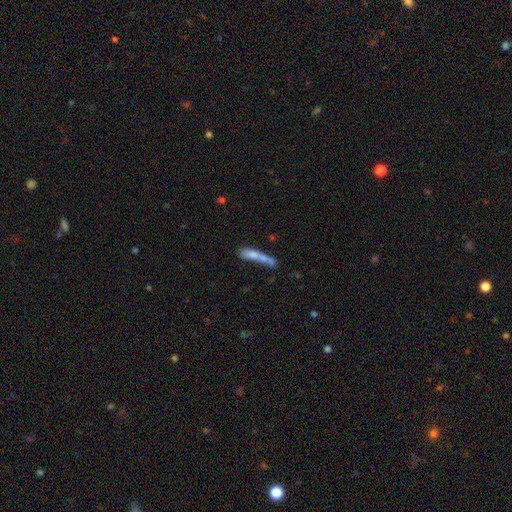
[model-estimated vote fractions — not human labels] A smooth galaxy with no disk features (62%) that is cigar-shaped (83%).

Vote fractions:
- Smooth or featured? smooth: 62% / featured or disk: 28% / star or artifact: 10%
- How rounded? cigar-shaped: 83% / in between: 15% / round: 2%
- Merging? merger: 36% (tied) / none: 36% (tied) / minor disturbance: 16% / major disturbance: 12%